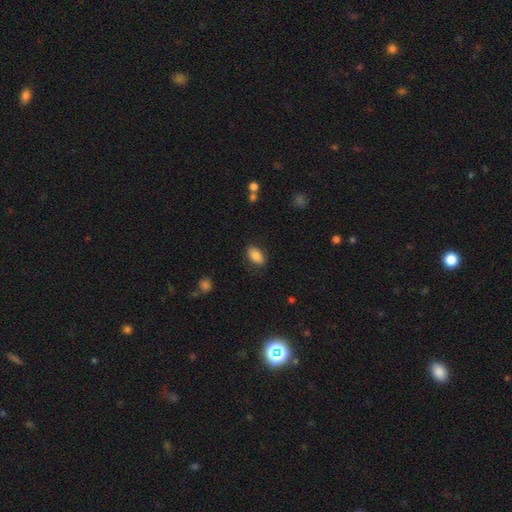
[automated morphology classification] Smooth or featured? smooth (82%)
How rounded? in between (91%)
Merging? none (86%)